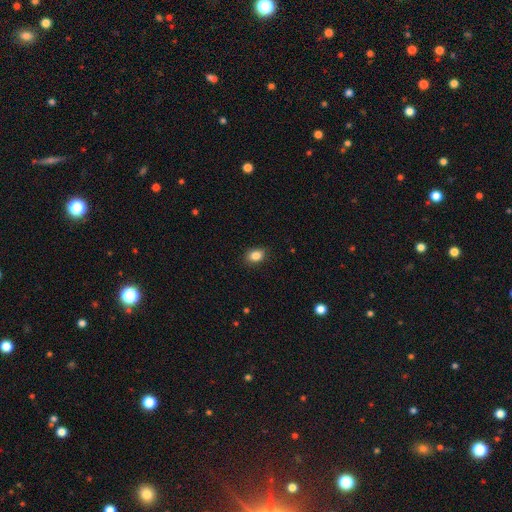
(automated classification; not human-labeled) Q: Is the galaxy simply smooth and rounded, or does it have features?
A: smooth — 86%.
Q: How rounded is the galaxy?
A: in between — 77%.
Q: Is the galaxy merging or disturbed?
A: none — 86%.